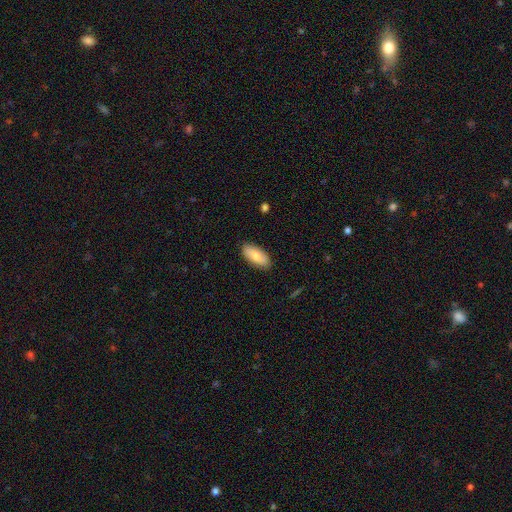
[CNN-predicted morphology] Overall: smooth (82%). How rounded: in between (88%). Merging: none (87%).